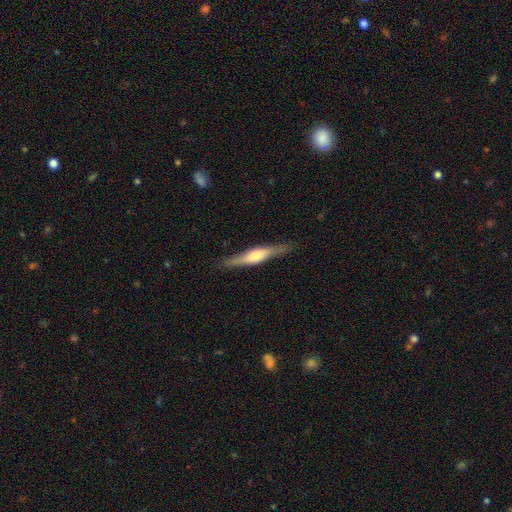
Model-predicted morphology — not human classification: This appears to be a featured or disk galaxy (65%) viewed edge-on (96%) with a rounded central bulge (74%). Merging: none (88%).